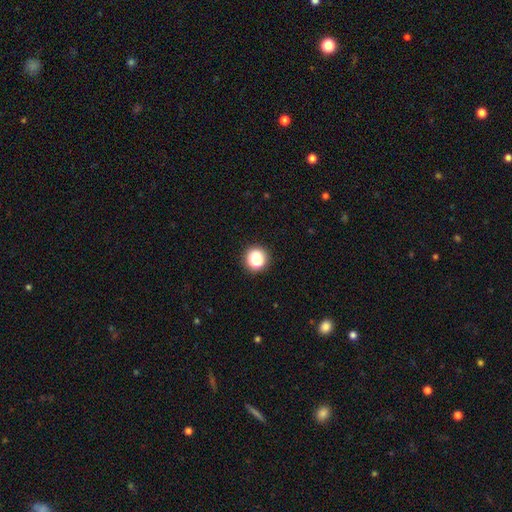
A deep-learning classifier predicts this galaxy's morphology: The model was most divided on "smooth or featured": smooth: 76%, star or artifact: 18%, featured or disk: 7%. More confident: how rounded — round (90%); merging — none (85%).